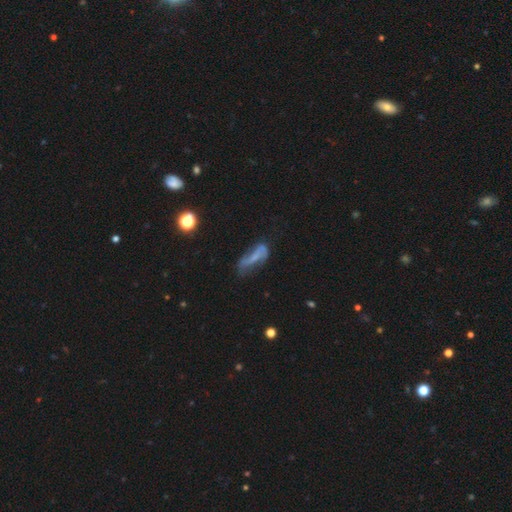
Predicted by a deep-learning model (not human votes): Smooth or featured: featured or disk — 51% (smooth — 37%)
Edge-on disk: no — 84% (yes — 16%)
Merging: none — 39% (minor disturbance — 29%)